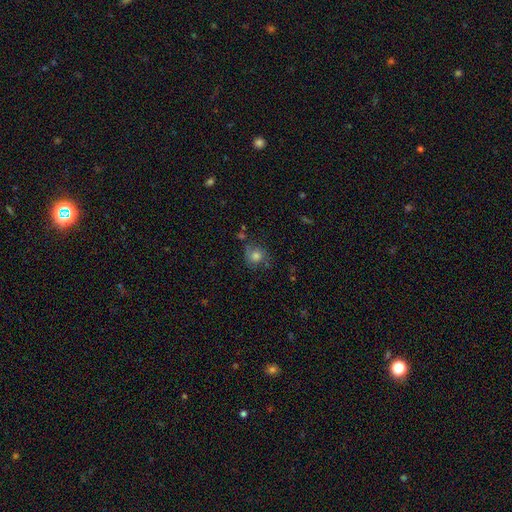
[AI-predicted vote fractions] This appears to be a smooth galaxy with no disk features (67%) that is round (80%). Merging: none (65%).